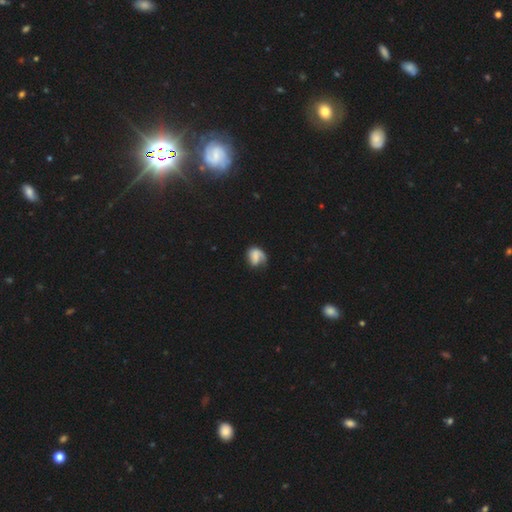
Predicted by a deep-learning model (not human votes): Smooth or featured?
  - featured or disk: 46% *
  - smooth: 45%
  - star or artifact: 9%
Merging?
  - none: 44% *
  - major disturbance: 27%
  - minor disturbance: 25%
  - merger: 4%